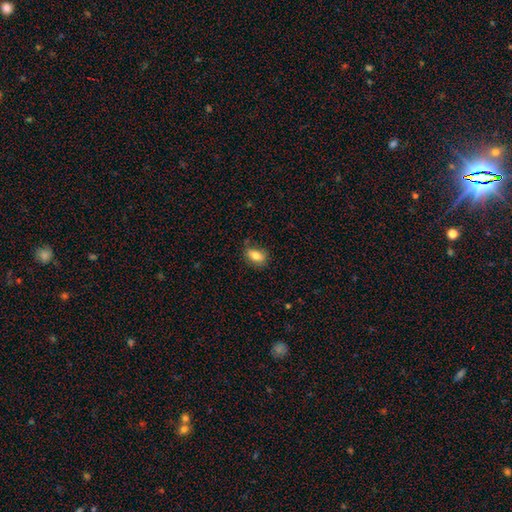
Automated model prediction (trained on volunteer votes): This is likely a smooth galaxy (80%). How rounded: clearly in between (85%). Merging: likely none (72%).